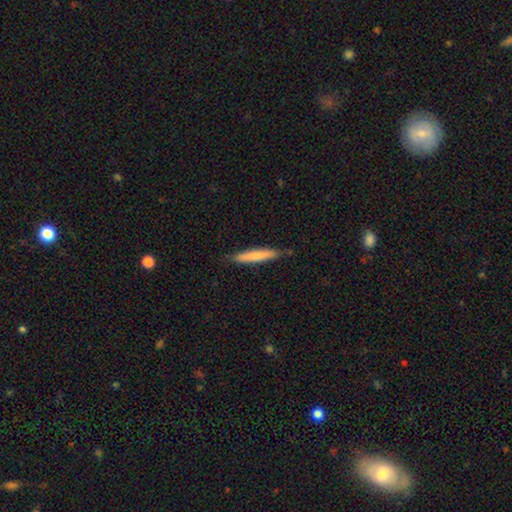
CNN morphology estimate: This appears to be a smooth galaxy with no disk features (73%) that is cigar-shaped (93%). Merging: none (85%).